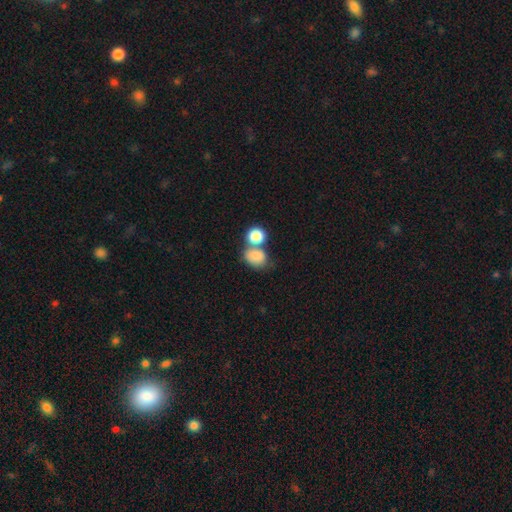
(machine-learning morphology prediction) smooth_or_featured: smooth (p=0.82) [alt: star or artifact p=0.09]
how_rounded: in between (p=0.58) [alt: round p=0.41]
merging: merger (p=0.47) [alt: none p=0.35]